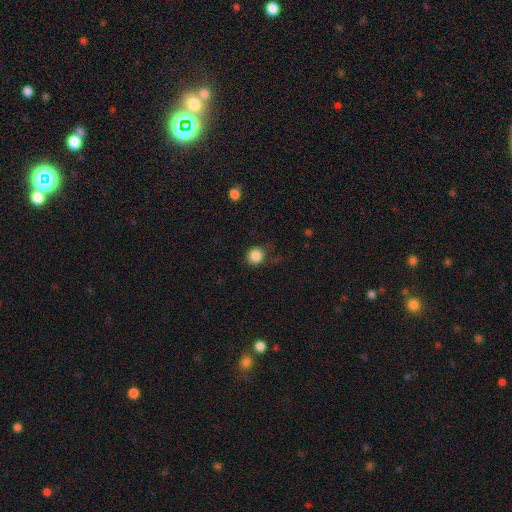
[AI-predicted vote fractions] smooth_or_featured: smooth (p=0.85) [alt: star or artifact p=0.10]
how_rounded: round (p=0.89) [alt: in between p=0.10]
merging: none (p=0.75) [alt: minor disturbance p=0.17]